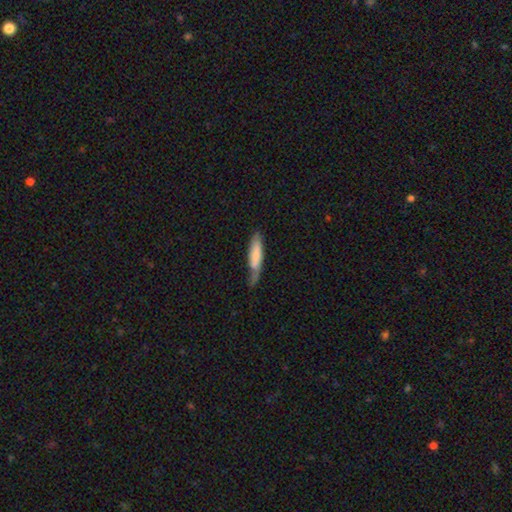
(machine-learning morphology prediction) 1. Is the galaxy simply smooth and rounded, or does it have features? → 66% smooth, 29% featured or disk, 5% star or artifact.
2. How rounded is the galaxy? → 71% cigar-shaped, 28% in between, 1% round.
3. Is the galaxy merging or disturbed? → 50% none, 34% minor disturbance, 13% major disturbance, 3% merger.